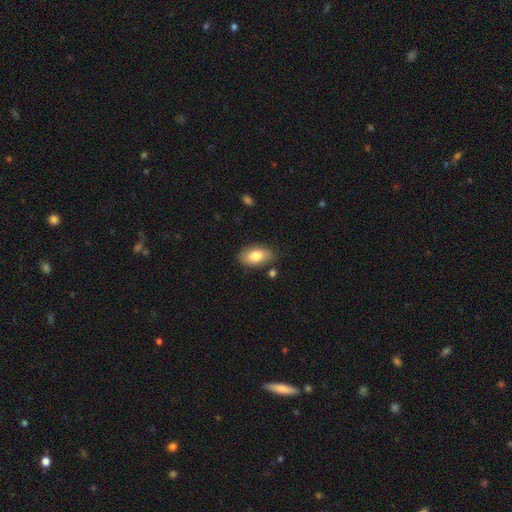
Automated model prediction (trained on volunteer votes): Smooth or featured?
  - smooth: 80% *
  - featured or disk: 14%
  - star or artifact: 7%
How rounded?
  - in between: 93% *
  - round: 5%
  - cigar-shaped: 2%
Merging?
  - none: 81% *
  - minor disturbance: 13%
  - merger: 3%
  - major disturbance: 3%